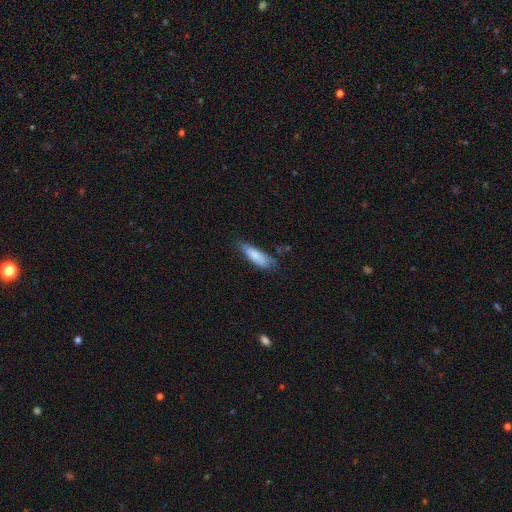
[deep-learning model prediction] Smooth or featured: smooth — 83% (featured or disk — 10%)
How rounded: in between — 52% (cigar-shaped — 47%)
Merging: none — 67% (minor disturbance — 25%)